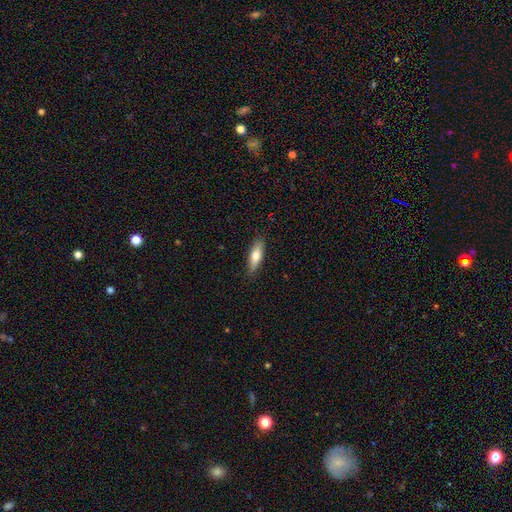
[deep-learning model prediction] A smooth galaxy with no disk features (71%) that is cigar-shaped (53%). Merging: none (87%).